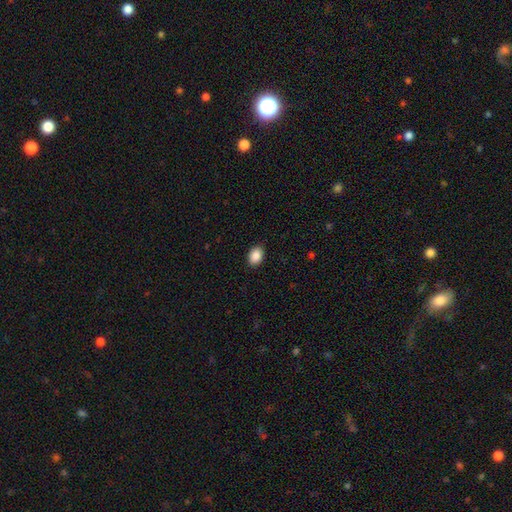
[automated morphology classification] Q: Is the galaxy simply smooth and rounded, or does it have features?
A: smooth — 89%.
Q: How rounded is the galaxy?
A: in between — 80%.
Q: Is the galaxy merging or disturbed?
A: none — 90%.